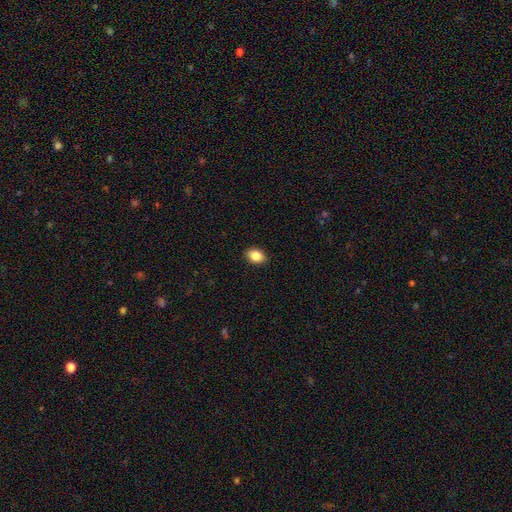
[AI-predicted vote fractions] Overall: smooth (86%). How rounded: in between (81%). Merging: none (90%).